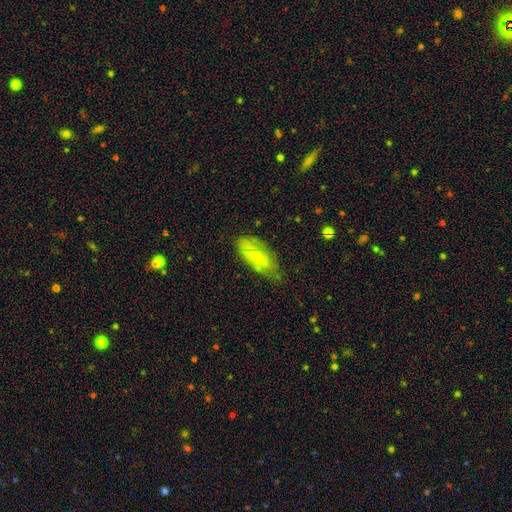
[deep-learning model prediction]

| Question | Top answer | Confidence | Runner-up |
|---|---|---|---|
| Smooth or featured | smooth | 65% | featured or disk (28%) |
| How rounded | in between | 80% | cigar-shaped (17%) |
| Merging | none | 54% | minor disturbance (34%) |